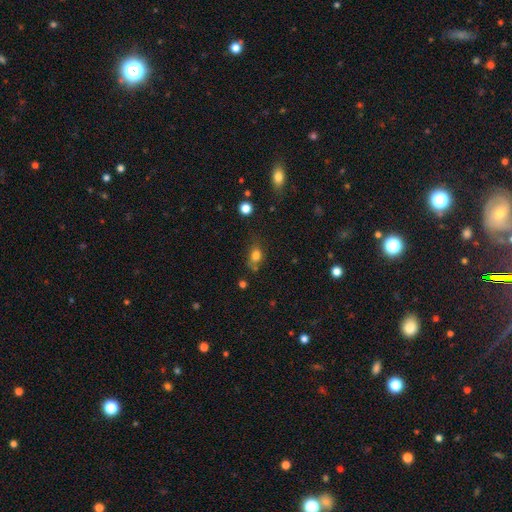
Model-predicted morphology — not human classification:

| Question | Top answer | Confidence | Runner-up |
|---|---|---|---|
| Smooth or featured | smooth | 78% | star or artifact (13%) |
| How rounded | in between | 65% | round (33%) |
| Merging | none | 59% | minor disturbance (25%) |